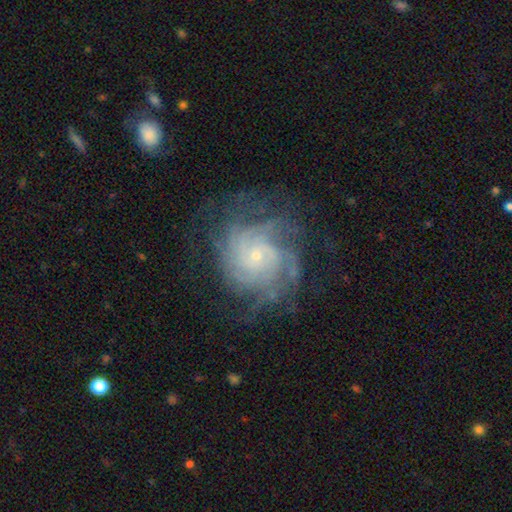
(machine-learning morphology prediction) Q: Smooth or featured?
A: featured or disk (85%); runner-up: smooth (7%)
Q: Edge-on disk?
A: no (97%); runner-up: yes (3%)
Q: Bar?
A: no (76%); runner-up: weak (20%)
Q: Spiral arms?
A: yes (96%); runner-up: no (4%)
Q: Spiral winding?
A: tight (67%); runner-up: medium (27%)
Q: Spiral arm count?
A: can't tell (29%); runner-up: 4 (26%)
Q: Bulge size?
A: small (81%); runner-up: moderate (15%)
Q: Merging?
A: none (70%); runner-up: minor disturbance (17%)